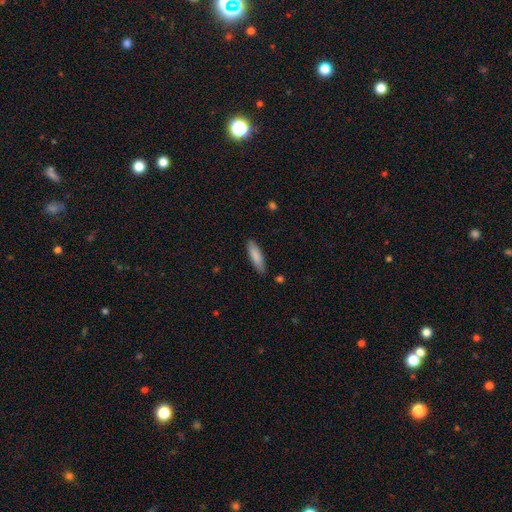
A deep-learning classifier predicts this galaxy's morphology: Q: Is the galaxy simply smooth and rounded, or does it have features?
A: smooth — 84%.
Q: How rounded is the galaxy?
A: cigar-shaped — 62%.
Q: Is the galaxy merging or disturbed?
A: none — 82%.